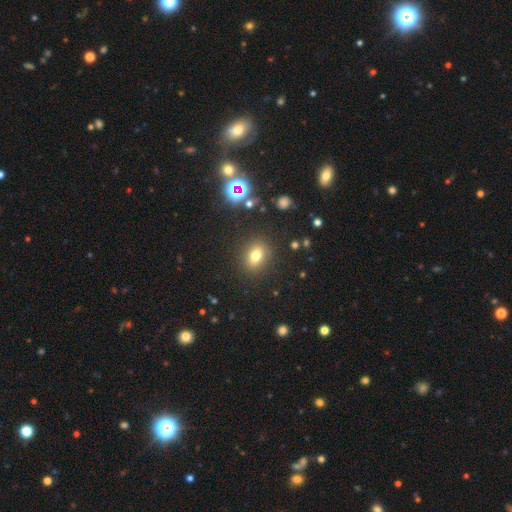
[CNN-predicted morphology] A smooth galaxy with no disk features (72%) that is in between round and cigar-shaped (61%). Merging: none (85%).